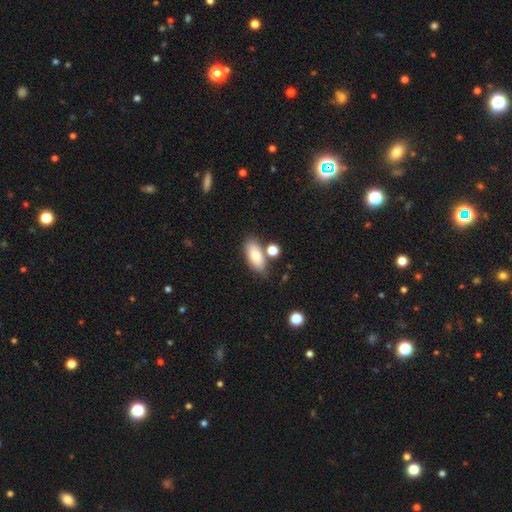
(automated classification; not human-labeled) This is likely a smooth galaxy (79%). How rounded: clearly in between (85%). Merging: likely none (69%).